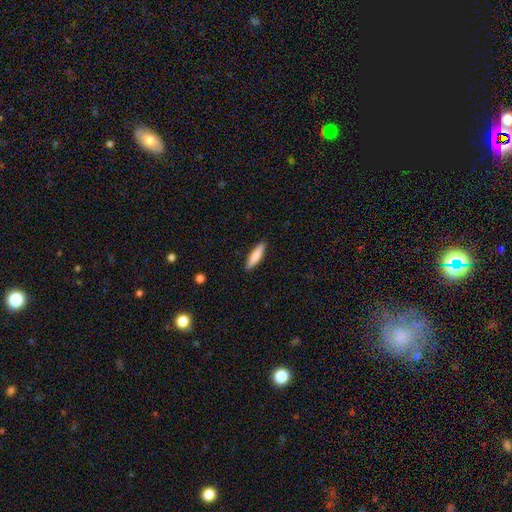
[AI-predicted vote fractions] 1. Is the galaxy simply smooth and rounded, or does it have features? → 81% smooth, 13% featured or disk, 5% star or artifact.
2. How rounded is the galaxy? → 75% cigar-shaped, 23% in between, 1% round.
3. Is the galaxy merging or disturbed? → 90% none, 8% minor disturbance, 2% major disturbance, 1% merger.